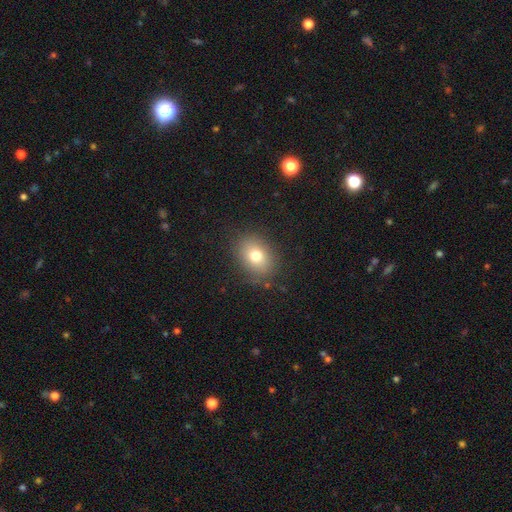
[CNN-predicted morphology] Smooth or featured?
  - smooth: 75% *
  - featured or disk: 13%
  - star or artifact: 12%
How rounded?
  - in between: 60% *
  - round: 39%
  - cigar-shaped: 1%
Merging?
  - none: 84% *
  - minor disturbance: 11%
  - major disturbance: 4%
  - merger: 1%